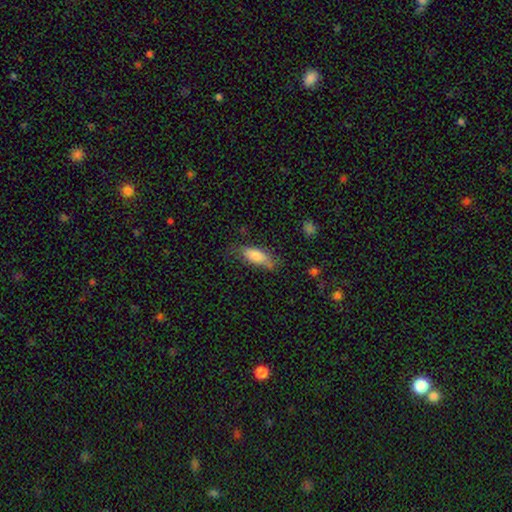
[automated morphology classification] The model was most divided on "how rounded": in between: 66%, cigar-shaped: 32%, round: 2%. More confident: smooth or featured — smooth (80%); merging — none (64%).